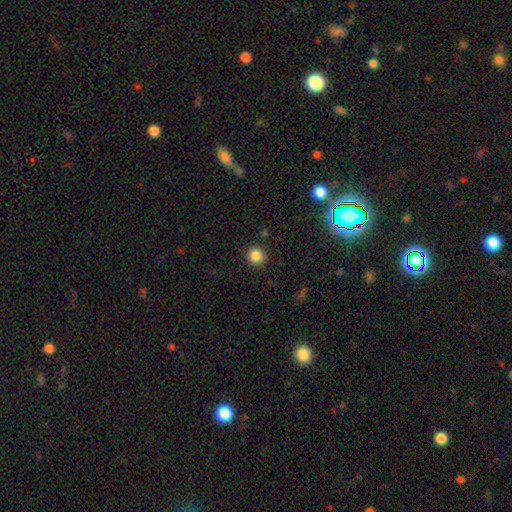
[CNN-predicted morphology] smooth_or_featured: smooth (p=0.86) [alt: star or artifact p=0.11]
how_rounded: round (p=0.94) [alt: in between p=0.05]
merging: none (p=0.91) [alt: minor disturbance p=0.05]